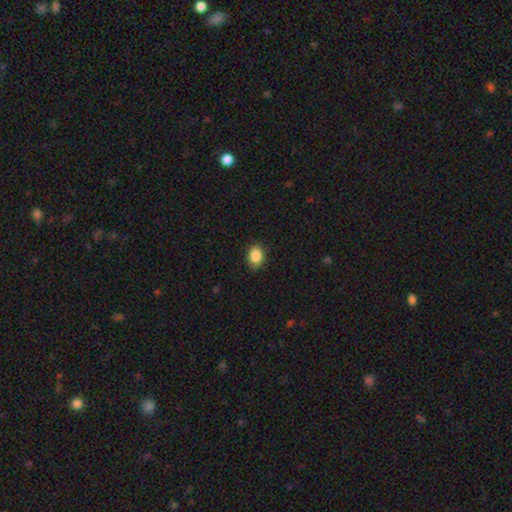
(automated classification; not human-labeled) Smooth or featured: smooth — 87% (star or artifact — 8%)
How rounded: in between — 65% (round — 34%)
Merging: none — 85% (minor disturbance — 12%)